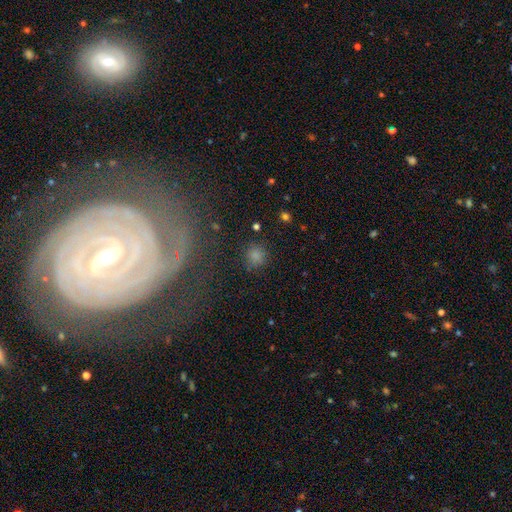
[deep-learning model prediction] smooth 75%, star or artifact 18%, featured or disk 6%. Down the decision tree: how rounded — round (86%); merging — none (80%).